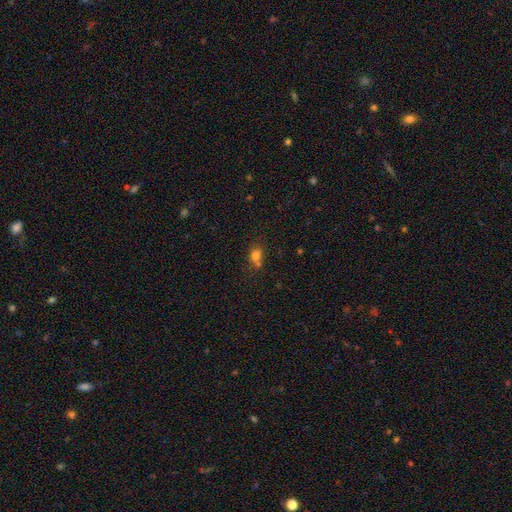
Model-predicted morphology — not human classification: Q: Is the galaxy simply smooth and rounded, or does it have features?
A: smooth — 76%.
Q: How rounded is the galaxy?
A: round — 53%.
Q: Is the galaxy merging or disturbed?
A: none — 50%.